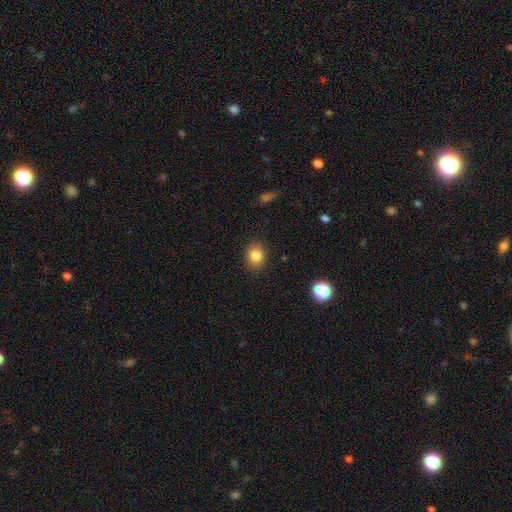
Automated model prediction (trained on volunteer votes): A smooth galaxy with no disk features (84%) that is in between round and cigar-shaped (51%).

Vote fractions:
- Smooth or featured? smooth: 84% / star or artifact: 10% / featured or disk: 6%
- How rounded? in between: 51% / round: 48% / cigar-shaped: 1%
- Merging? none: 89% / minor disturbance: 8% / major disturbance: 2% / merger: 1%